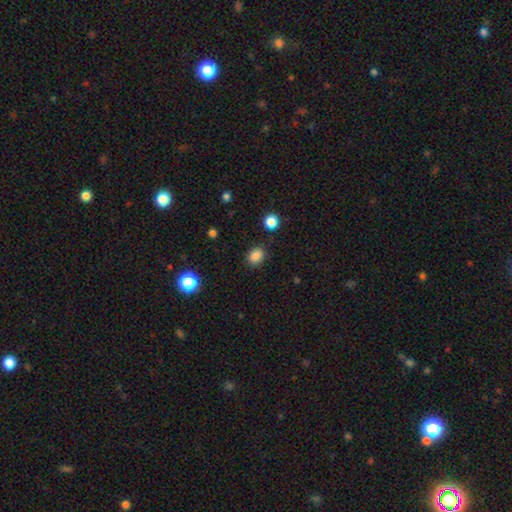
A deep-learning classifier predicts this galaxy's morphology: Overall: smooth (85%). How rounded: in between (56%; round 43%). Merging: none (85%).